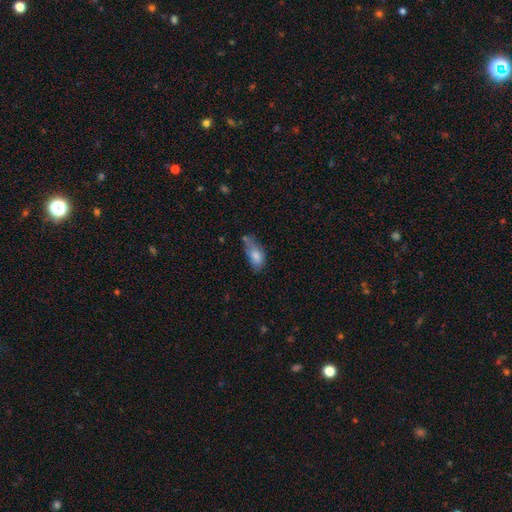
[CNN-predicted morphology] Smooth or featured: smooth — 76% (featured or disk — 16%)
How rounded: in between — 88% (cigar-shaped — 7%)
Merging: minor disturbance — 36% (none — 32%)